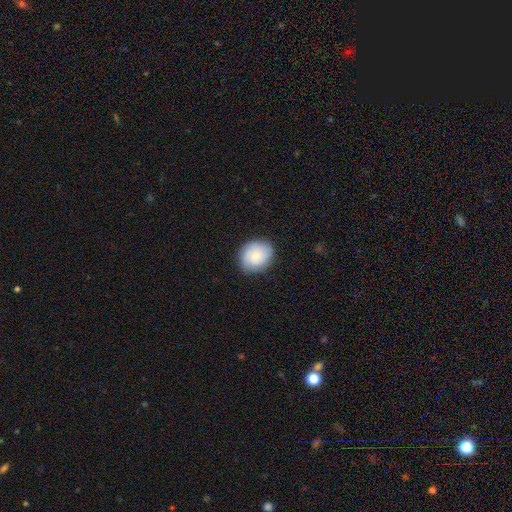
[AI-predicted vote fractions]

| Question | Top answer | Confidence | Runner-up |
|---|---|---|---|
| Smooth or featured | smooth | 73% | featured or disk (21%) |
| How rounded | round | 61% | in between (38%) |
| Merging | none | 82% | minor disturbance (14%) |